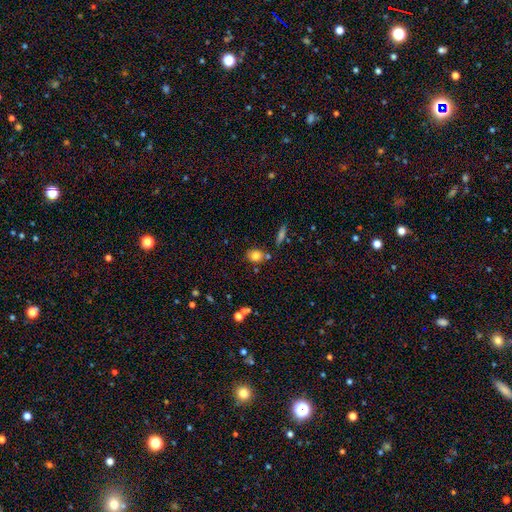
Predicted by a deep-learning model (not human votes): Smooth or featured: smooth — 80% (star or artifact — 11%)
How rounded: round — 55% (in between — 43%)
Merging: none — 68% (minor disturbance — 16%)